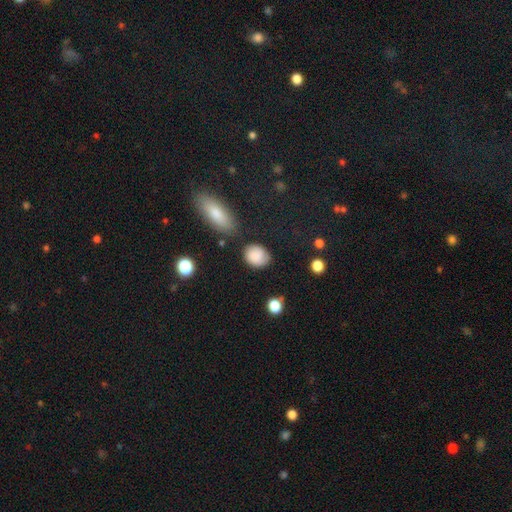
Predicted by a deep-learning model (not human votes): Smooth or featured: smooth — 78% (featured or disk — 13%)
How rounded: round — 52% (in between — 47%)
Merging: none — 70% (minor disturbance — 21%)